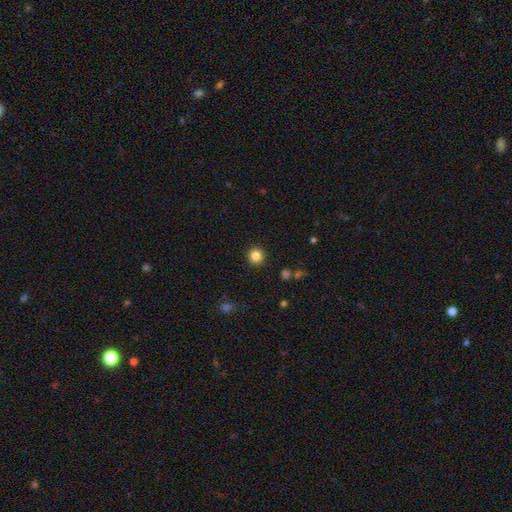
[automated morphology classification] smooth_or_featured: smooth (p=0.84) [alt: star or artifact p=0.12]
how_rounded: round (p=0.95) [alt: in between p=0.05]
merging: none (p=0.92) [alt: minor disturbance p=0.05]